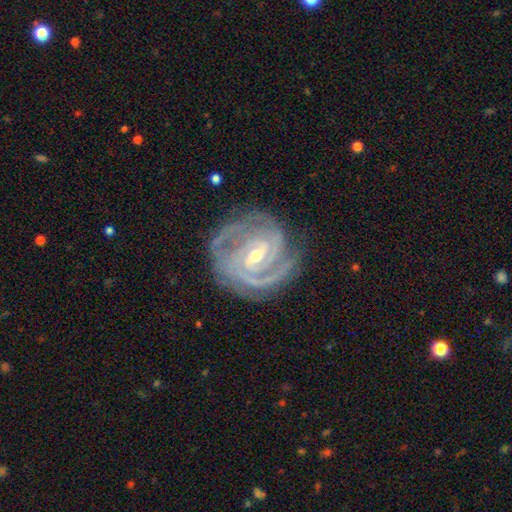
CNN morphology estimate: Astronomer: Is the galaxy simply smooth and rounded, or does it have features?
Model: featured or disk — 92%.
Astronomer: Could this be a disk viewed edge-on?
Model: no — 97%.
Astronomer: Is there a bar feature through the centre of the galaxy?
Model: weak — 50% (runner-up: strong, 29%).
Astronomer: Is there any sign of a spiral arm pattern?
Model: yes — 98%.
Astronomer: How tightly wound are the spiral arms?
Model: tight — 76%.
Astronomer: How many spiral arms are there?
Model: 3 — 36% (runner-up: 2, 32%).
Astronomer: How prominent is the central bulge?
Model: small — 52% (runner-up: moderate, 45%).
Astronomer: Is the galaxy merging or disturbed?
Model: none — 75%.